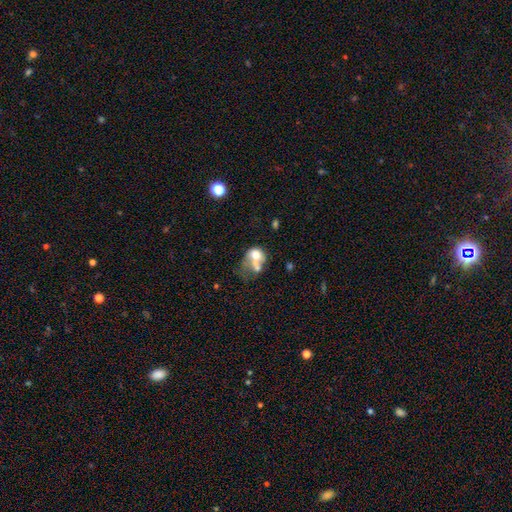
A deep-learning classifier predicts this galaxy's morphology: Q: Smooth or featured?
A: smooth (56%); runner-up: featured or disk (33%)
Q: How rounded?
A: in between (60%); runner-up: round (39%)
Q: Merging?
A: merger (51%); runner-up: major disturbance (22%)